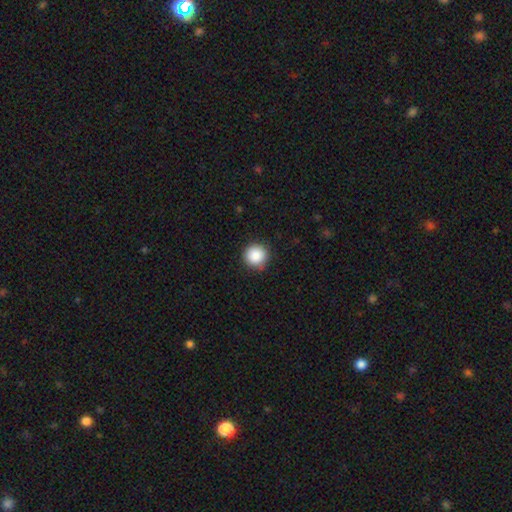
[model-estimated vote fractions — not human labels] The model was most divided on "smooth or featured": smooth: 88%, star or artifact: 9%, featured or disk: 3%. More confident: how rounded — round (96%); merging — none (89%).